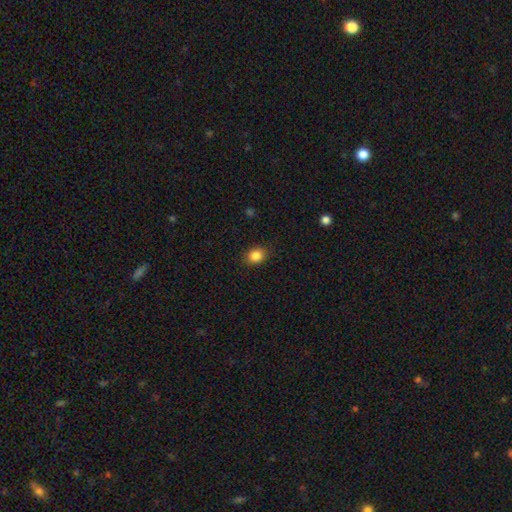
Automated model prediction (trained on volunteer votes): Morphology: type=smooth (86%); roundness=round (53%); merging=none (88%).